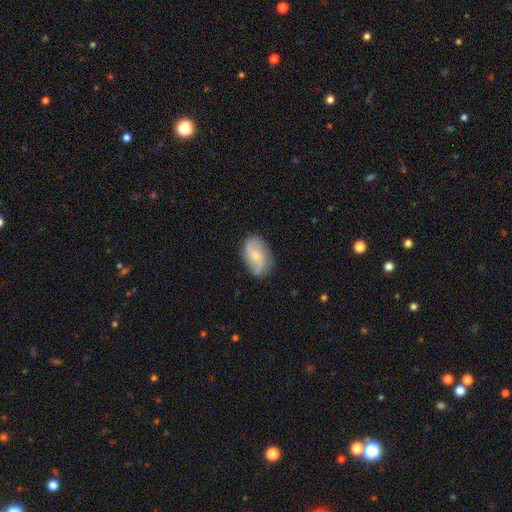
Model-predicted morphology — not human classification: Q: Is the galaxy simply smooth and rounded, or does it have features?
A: featured or disk — 63%.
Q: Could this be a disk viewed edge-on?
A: no — 96%.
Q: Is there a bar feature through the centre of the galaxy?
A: no — 56%.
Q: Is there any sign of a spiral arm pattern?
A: yes — 89%.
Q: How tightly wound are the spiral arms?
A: loose — 58%.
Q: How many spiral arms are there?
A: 2 — 83%.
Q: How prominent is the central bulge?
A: small — 59%.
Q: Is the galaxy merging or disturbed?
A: none — 72%.